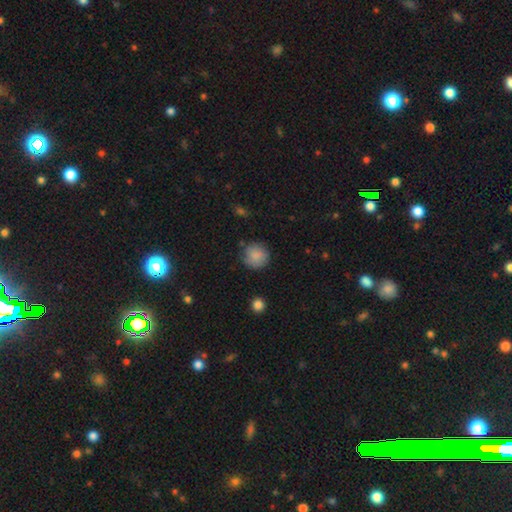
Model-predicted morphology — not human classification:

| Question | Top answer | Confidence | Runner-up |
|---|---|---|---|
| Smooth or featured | smooth | 86% | star or artifact (8%) |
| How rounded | round | 92% | in between (7%) |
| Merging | none | 81% | minor disturbance (13%) |